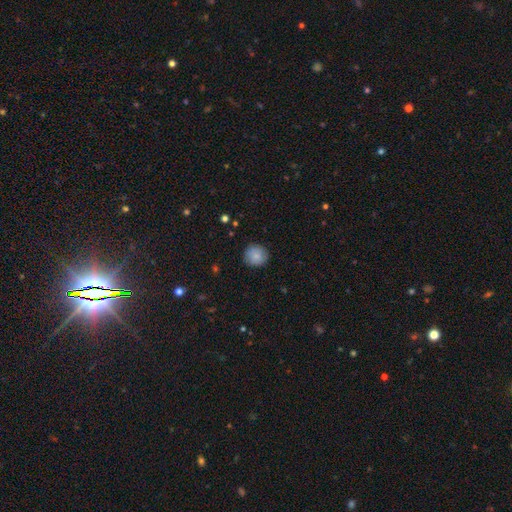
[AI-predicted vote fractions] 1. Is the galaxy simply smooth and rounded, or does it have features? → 86% smooth, 8% star or artifact, 6% featured or disk.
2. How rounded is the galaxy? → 92% round, 7% in between, 1% cigar-shaped.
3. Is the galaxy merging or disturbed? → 87% none, 10% minor disturbance, 2% major disturbance, 1% merger.